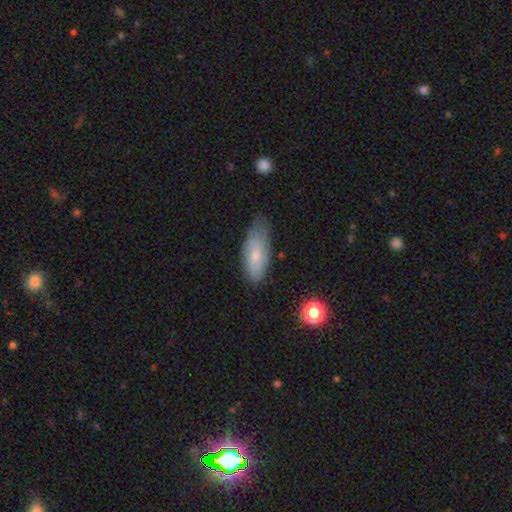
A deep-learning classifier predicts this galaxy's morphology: Smooth or featured: smooth — 69% (featured or disk — 25%)
How rounded: in between — 82% (cigar-shaped — 15%)
Merging: none — 54% (minor disturbance — 36%)